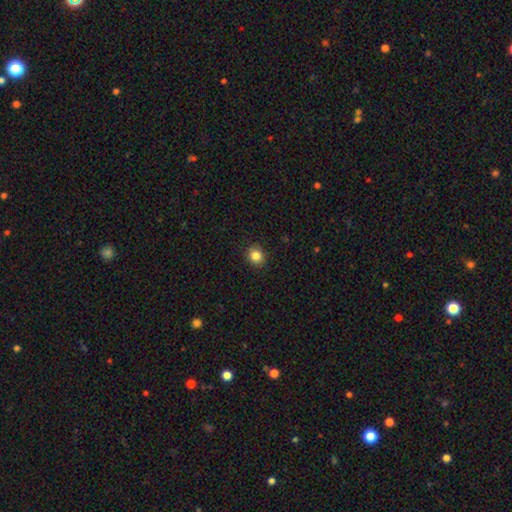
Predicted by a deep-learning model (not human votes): This is clearly a smooth galaxy (85%). How rounded: likely round (78%). Merging: clearly none (90%).